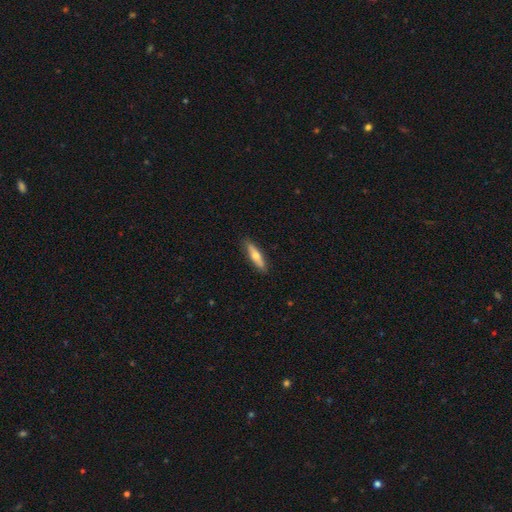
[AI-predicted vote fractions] Smooth or featured?
  - smooth: 58% *
  - featured or disk: 37%
  - star or artifact: 6%
How rounded?
  - cigar-shaped: 74% *
  - in between: 24%
  - round: 2%
Merging?
  - none: 88% *
  - minor disturbance: 9%
  - major disturbance: 2%
  - merger: 1%